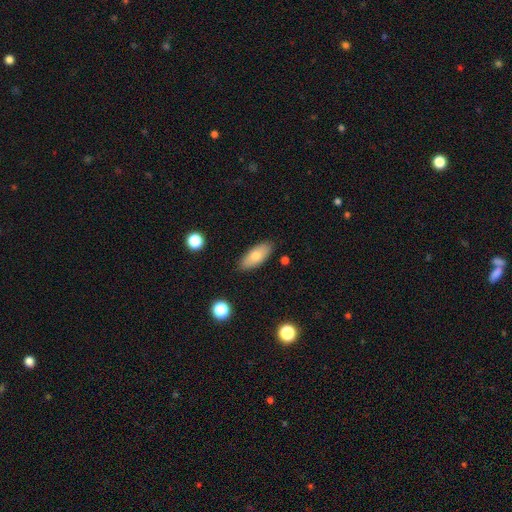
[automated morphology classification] This is likely a smooth galaxy (73%). How rounded: clearly in between (83%). Merging: clearly none (86%).